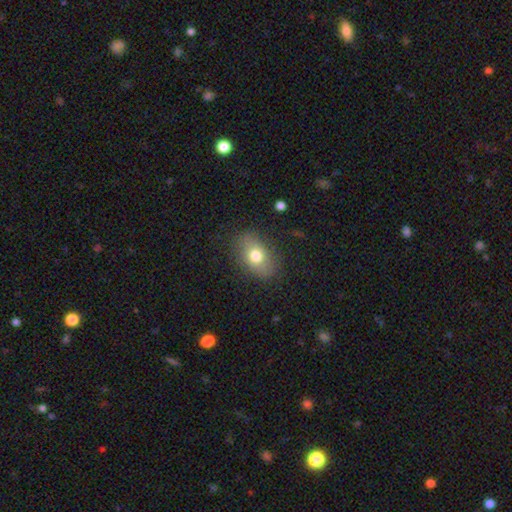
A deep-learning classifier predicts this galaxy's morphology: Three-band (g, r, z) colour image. It shows a smooth galaxy with no disk features (72%) that is in between round and cigar-shaped (82%). Merging: none (80%).